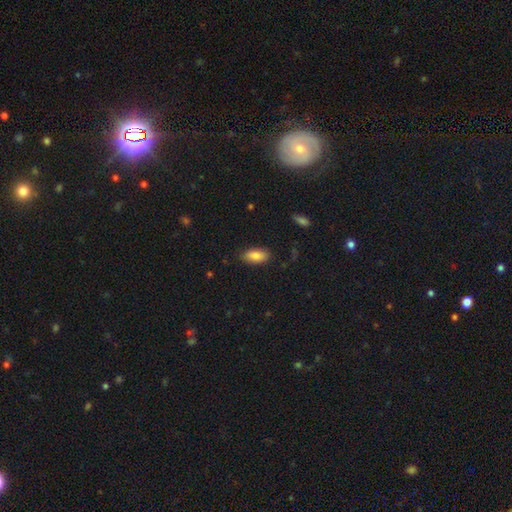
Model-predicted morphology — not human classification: type=smooth (85%); roundness=in between (90%); merging=none (85%).